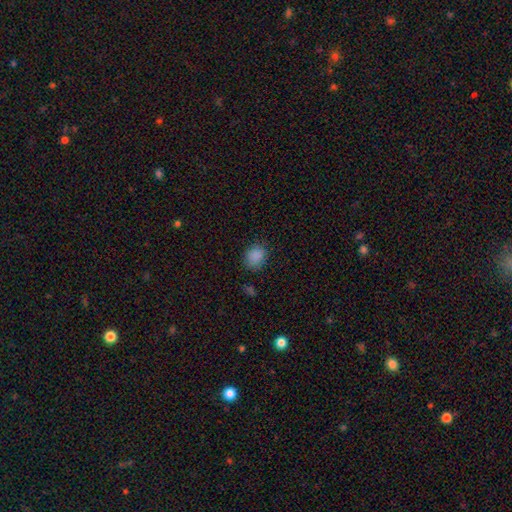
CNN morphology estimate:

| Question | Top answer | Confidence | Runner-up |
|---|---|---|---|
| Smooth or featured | smooth | 85% | star or artifact (11%) |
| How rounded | round | 55% | in between (44%) |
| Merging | none | 81% | minor disturbance (14%) |